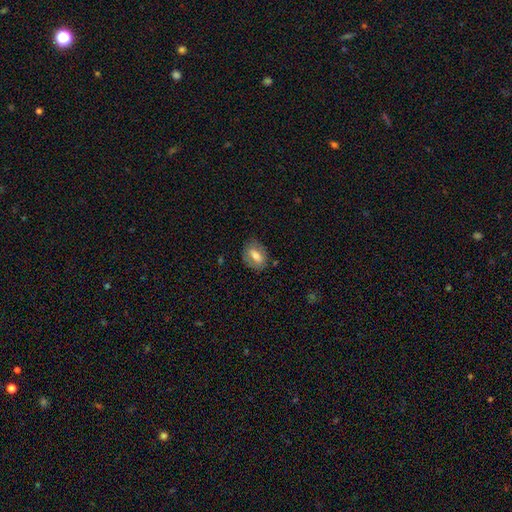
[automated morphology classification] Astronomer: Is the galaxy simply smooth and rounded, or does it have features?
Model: smooth — 63%.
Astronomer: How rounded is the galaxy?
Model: in between — 75%.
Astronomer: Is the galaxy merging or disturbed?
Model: none — 79%.